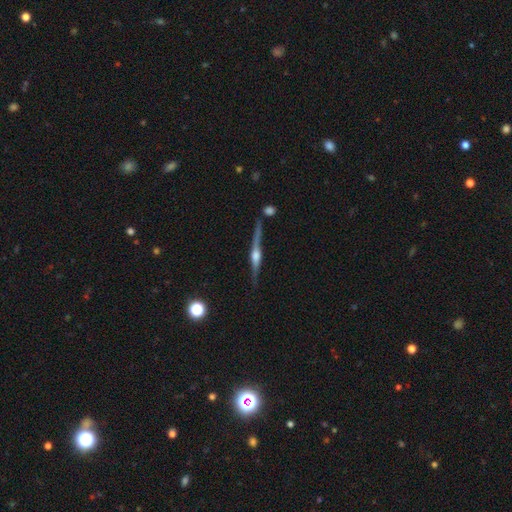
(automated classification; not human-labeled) This is clearly a featured or disk galaxy (85%). It is clearly viewed edge-on (98%). Edge-on bulge: clearly rounded (89%). Merging: clearly none (80%).